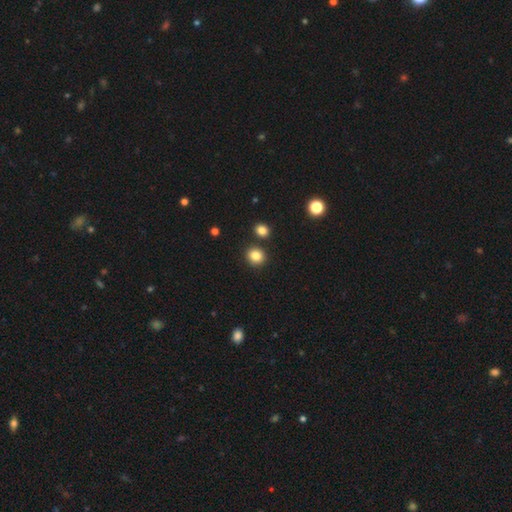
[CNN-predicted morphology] This is clearly a smooth galaxy (84%). How rounded: clearly round (83%). Merging: clearly none (84%).